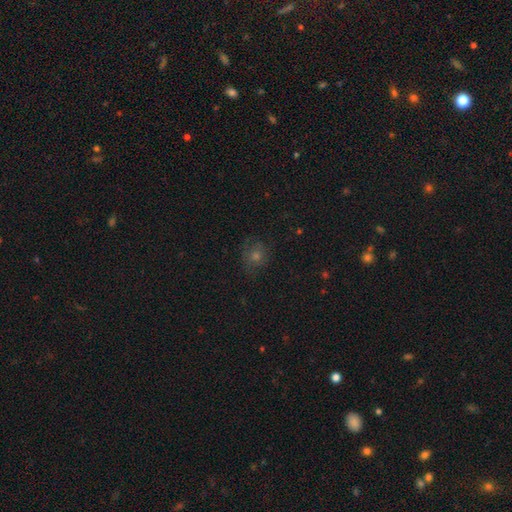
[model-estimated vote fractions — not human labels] This is possibly a smooth galaxy (51%). How rounded: clearly round (82%). Merging: likely none (78%).